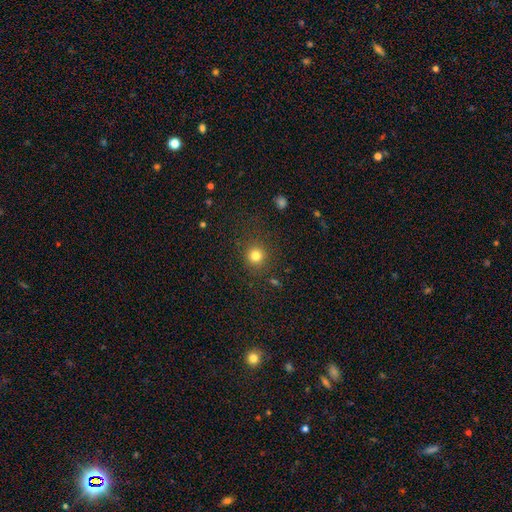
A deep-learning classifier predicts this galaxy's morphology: This appears to be a smooth galaxy with no disk features (81%) that is round (92%). Merging: none (87%).